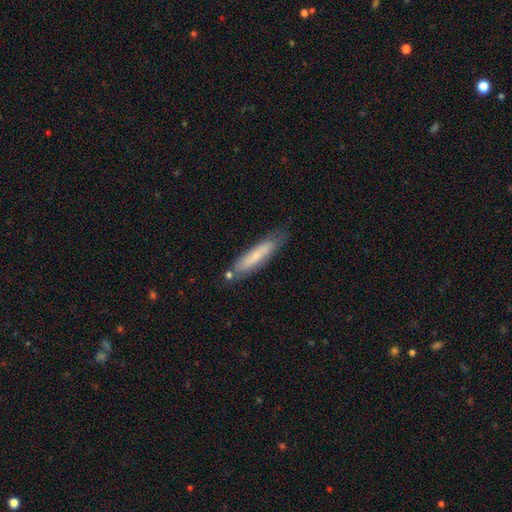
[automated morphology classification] This is likely a smooth galaxy (62%). How rounded: clearly cigar-shaped (82%). Merging: likely none (68%).